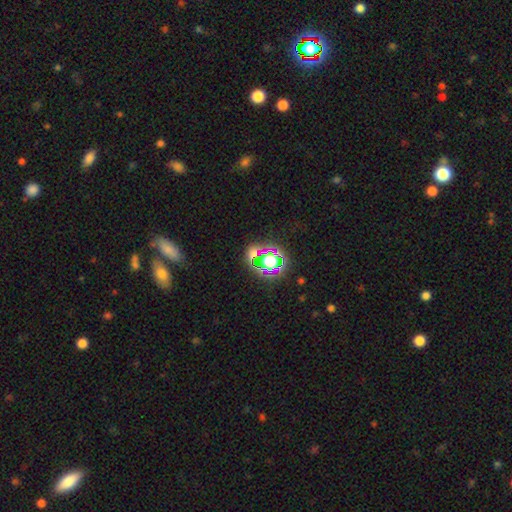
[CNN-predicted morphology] The model was most divided on "smooth or featured": star or artifact: 47%, smooth: 34%, featured or disk: 19%.